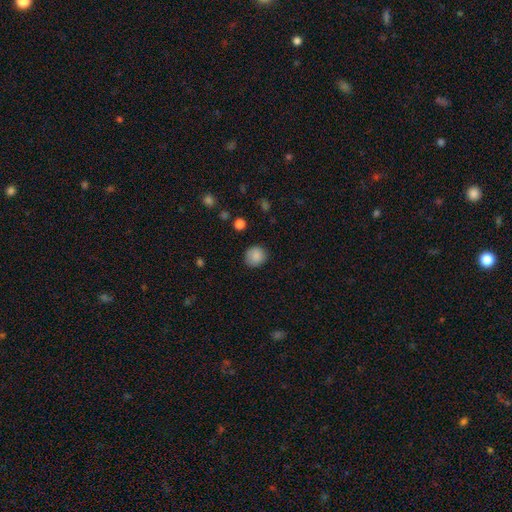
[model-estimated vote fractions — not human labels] Smooth or featured? Predicted: smooth (p=0.86). How rounded? Predicted: round (p=0.87). Merging? Predicted: none (p=0.84).